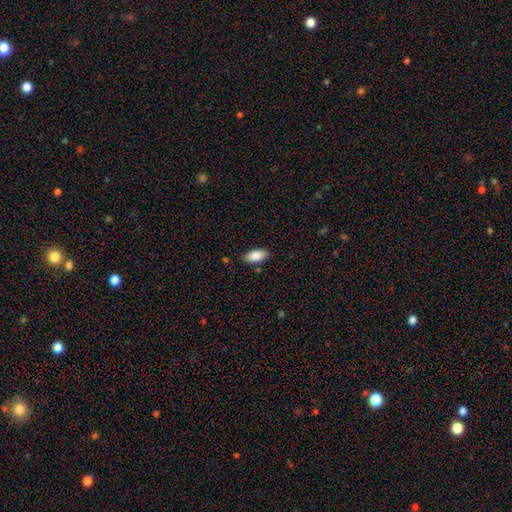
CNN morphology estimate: smooth 87%, star or artifact 7%, featured or disk 7%. Down the decision tree: how rounded — in between (89%); merging — none (84%).